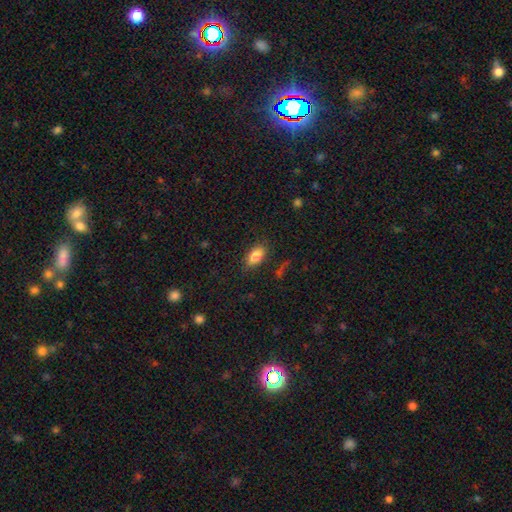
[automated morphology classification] This appears to be a smooth galaxy with no disk features (84%) that is in between round and cigar-shaped (90%). Merging: none (81%).